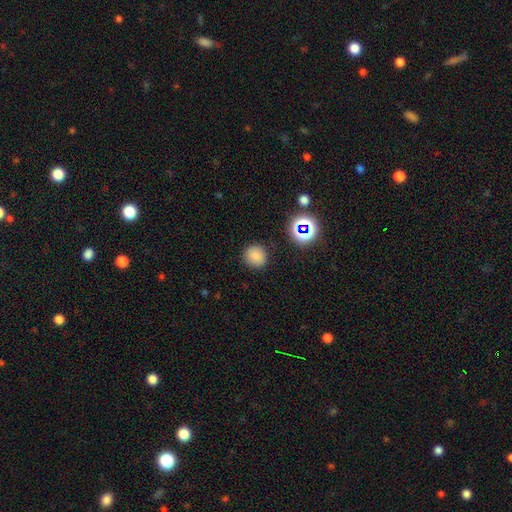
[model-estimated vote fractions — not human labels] Smooth or featured?
  - smooth: 78% *
  - star or artifact: 16%
  - featured or disk: 6%
How rounded?
  - round: 91% *
  - in between: 8%
  - cigar-shaped: 1%
Merging?
  - none: 87% *
  - minor disturbance: 8%
  - major disturbance: 3%
  - merger: 2%